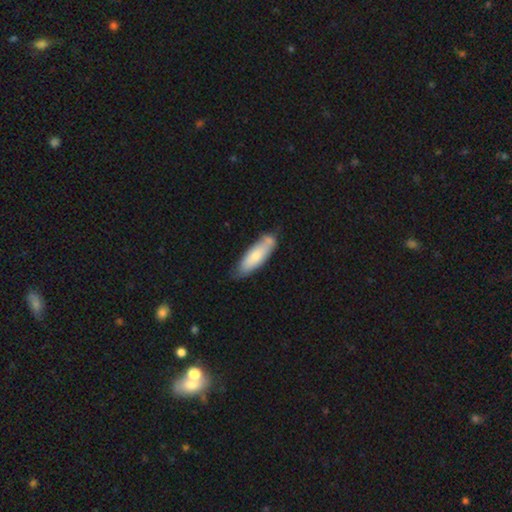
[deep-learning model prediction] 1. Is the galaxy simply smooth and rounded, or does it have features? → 68% smooth, 26% featured or disk, 6% star or artifact.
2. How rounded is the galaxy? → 51% in between, 47% cigar-shaped, 2% round.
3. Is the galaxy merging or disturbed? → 60% none, 24% minor disturbance, 11% merger, 5% major disturbance.